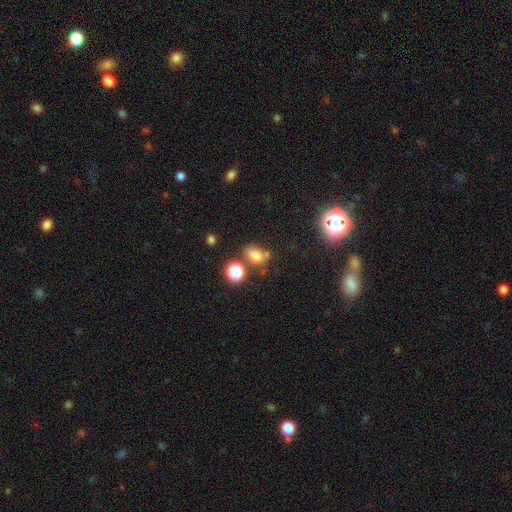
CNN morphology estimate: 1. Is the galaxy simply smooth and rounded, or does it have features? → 71% smooth, 19% star or artifact, 10% featured or disk.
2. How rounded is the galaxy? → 73% in between, 25% round, 2% cigar-shaped.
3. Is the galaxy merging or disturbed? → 63% none, 17% minor disturbance, 14% merger, 6% major disturbance.